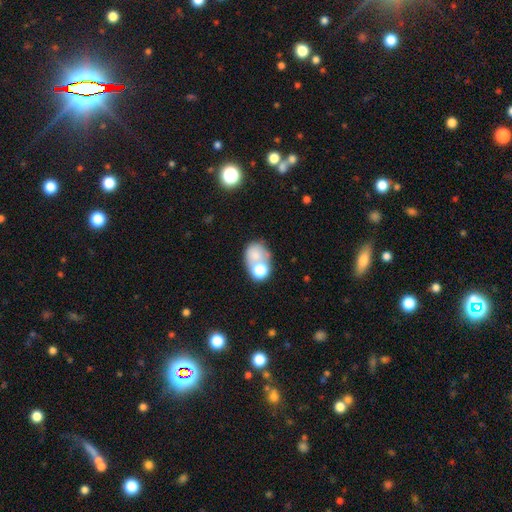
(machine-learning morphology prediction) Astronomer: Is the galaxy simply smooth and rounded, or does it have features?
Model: smooth — 67%.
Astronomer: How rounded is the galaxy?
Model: in between — 50% (runner-up: round, 49%).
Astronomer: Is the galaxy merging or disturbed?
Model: merger — 45% (runner-up: none, 33%).